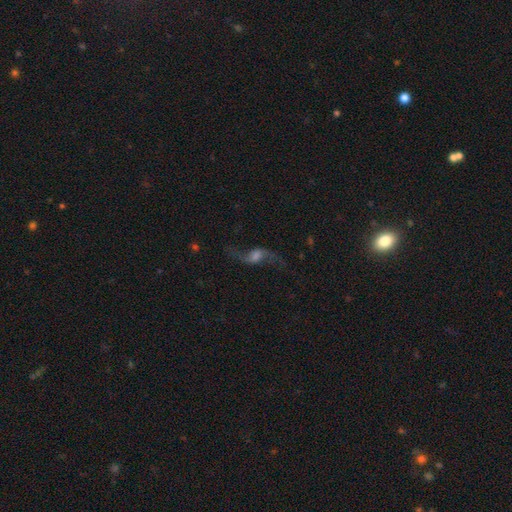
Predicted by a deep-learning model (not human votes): Morphology: type=featured or disk (78%); edge-on=no (93%); bar=weak (45%); spiral arms=yes (93%); winding=loose (92%); arm count=2 (93%); bulge=moderate (29%); merging=none (69%).